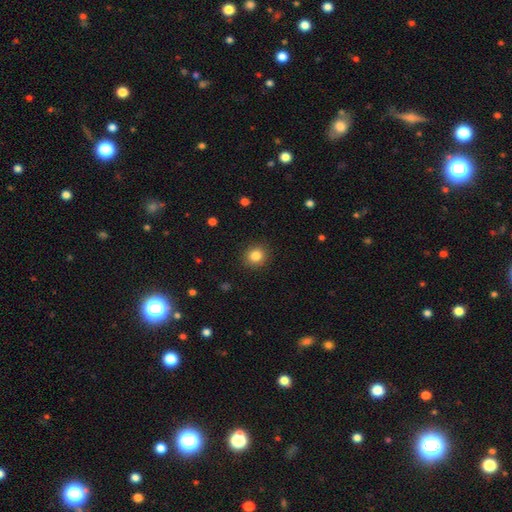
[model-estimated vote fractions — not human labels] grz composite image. It shows a smooth galaxy with no disk features (84%) that is round (82%). Merging: none (90%).